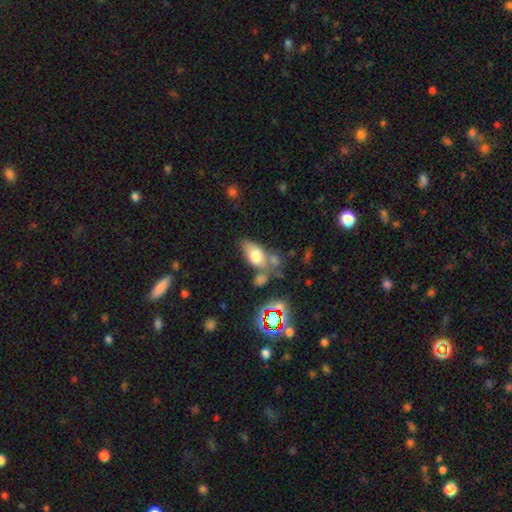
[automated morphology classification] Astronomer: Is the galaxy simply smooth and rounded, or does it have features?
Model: smooth — 70%.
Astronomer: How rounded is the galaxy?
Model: in between — 86%.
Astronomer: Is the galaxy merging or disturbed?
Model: none — 45% (runner-up: merger, 26%).